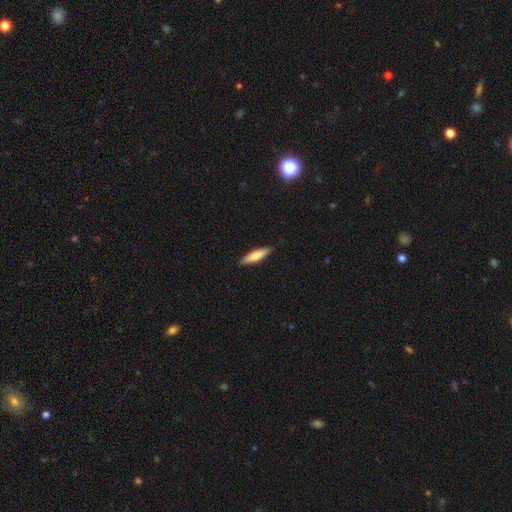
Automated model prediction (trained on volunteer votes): A smooth galaxy with no disk features (73%) that is cigar-shaped (73%).

Vote fractions:
- Smooth or featured? smooth: 73% / featured or disk: 21% / star or artifact: 6%
- How rounded? cigar-shaped: 73% / in between: 25% / round: 2%
- Merging? none: 89% / minor disturbance: 8% / major disturbance: 2% / merger: 1%